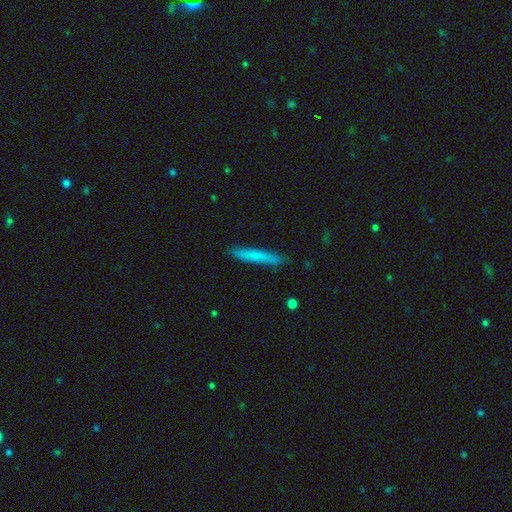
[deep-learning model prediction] Morphology: type=smooth (73%); roundness=cigar-shaped (95%); merging=none (88%).